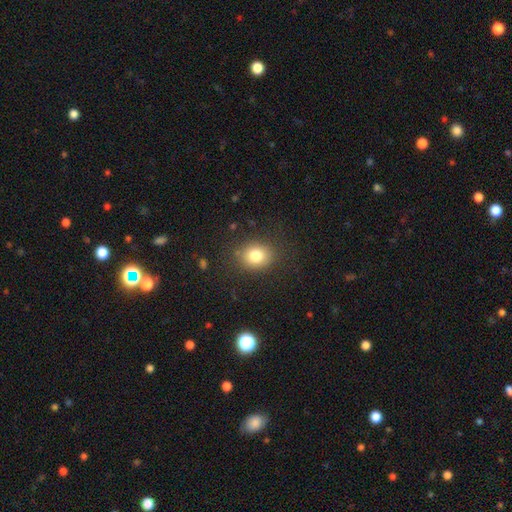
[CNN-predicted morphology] smooth-or-featured: smooth: 81% | star or artifact: 11% | featured or disk: 8%
  how-rounded: round: 60% | in between: 39% | cigar-shaped: 1%
  merging: none: 83% | minor disturbance: 11% | major disturbance: 4% | merger: 1%